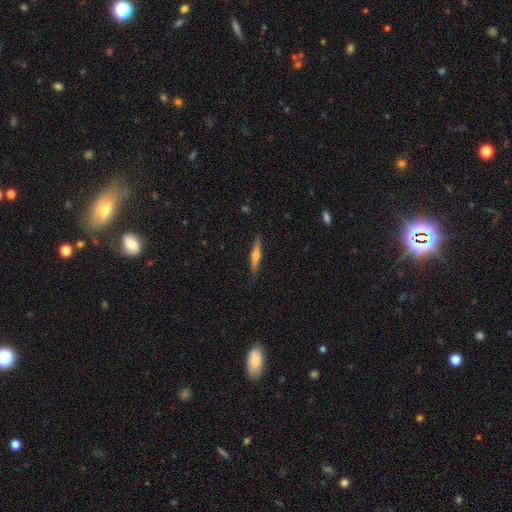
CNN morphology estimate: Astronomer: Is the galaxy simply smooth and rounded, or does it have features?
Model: featured or disk — 56% (runner-up: smooth, 39%).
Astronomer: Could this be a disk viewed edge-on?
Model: yes — 96%.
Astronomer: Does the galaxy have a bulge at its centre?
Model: rounded — 88%.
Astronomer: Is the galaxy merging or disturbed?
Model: none — 89%.